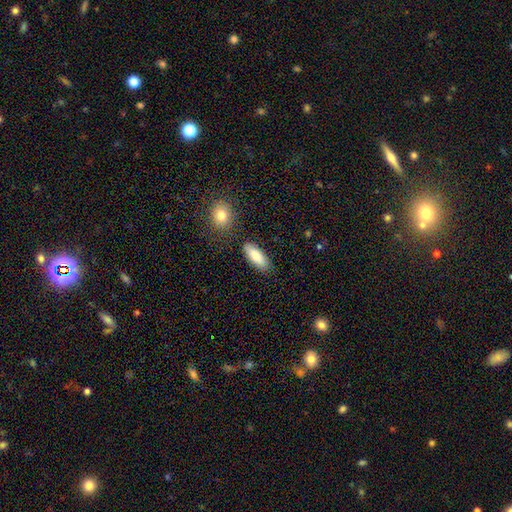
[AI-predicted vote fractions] smooth-or-featured: smooth: 79% | featured or disk: 15% | star or artifact: 6%
  how-rounded: in between: 71% | cigar-shaped: 26% | round: 2%
  merging: none: 82% | minor disturbance: 10% | merger: 5% | major disturbance: 2%